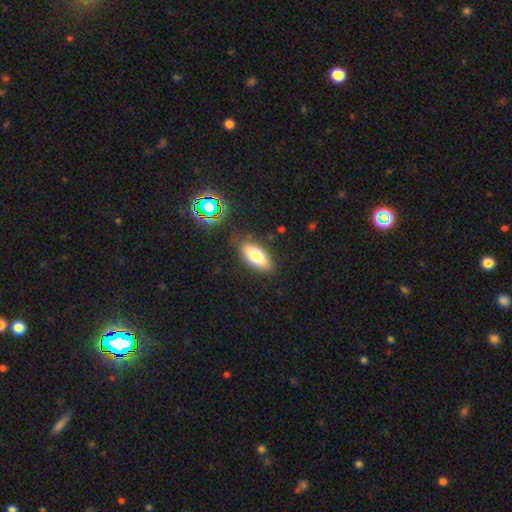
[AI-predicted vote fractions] Overall: smooth (73%). How rounded: in between (82%). Merging: none (82%).